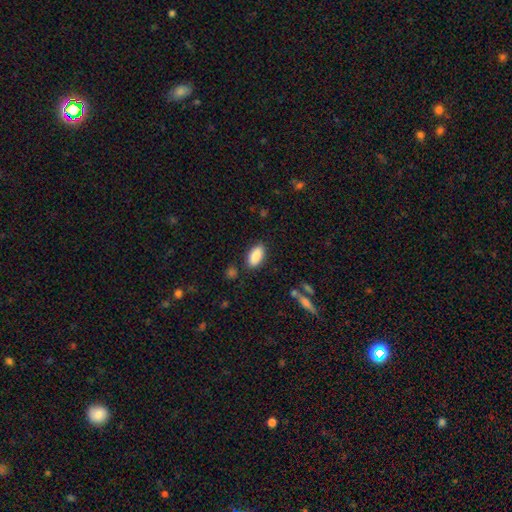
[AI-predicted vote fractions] smooth 88%, star or artifact 7%, featured or disk 5%. Down the decision tree: how rounded — in between (90%); merging — none (85%).